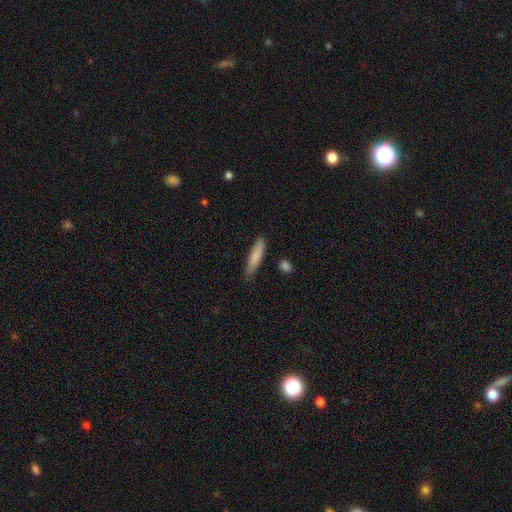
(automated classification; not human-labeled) Smooth or featured?
  - smooth: 83% *
  - featured or disk: 11%
  - star or artifact: 6%
How rounded?
  - cigar-shaped: 82% *
  - in between: 17%
  - round: 1%
Merging?
  - none: 78% *
  - minor disturbance: 17%
  - major disturbance: 3%
  - merger: 2%